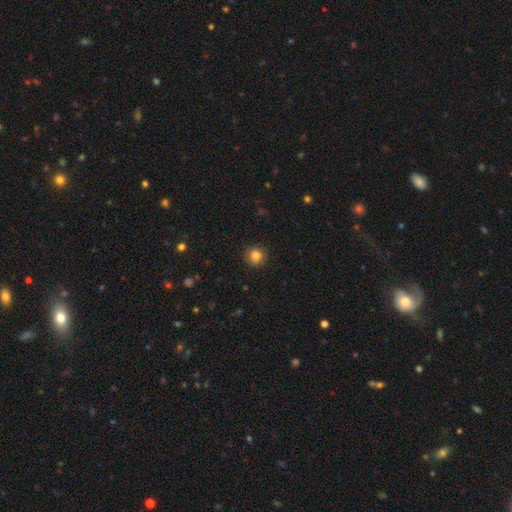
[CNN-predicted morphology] type=smooth (82%); roundness=round (90%); merging=none (87%).